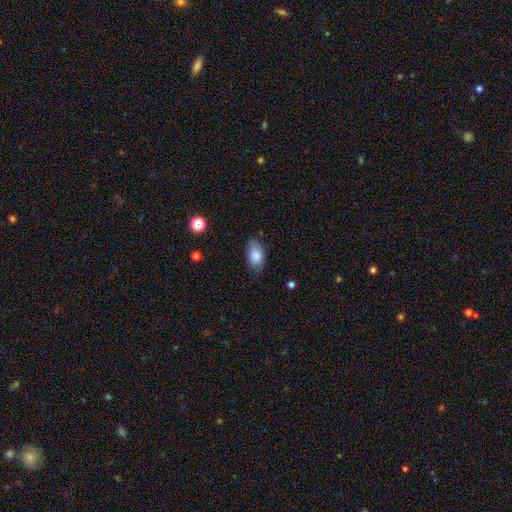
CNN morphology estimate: Smooth or featured: smooth — 84% (featured or disk — 8%)
How rounded: in between — 91% (round — 6%)
Merging: none — 72% (minor disturbance — 22%)